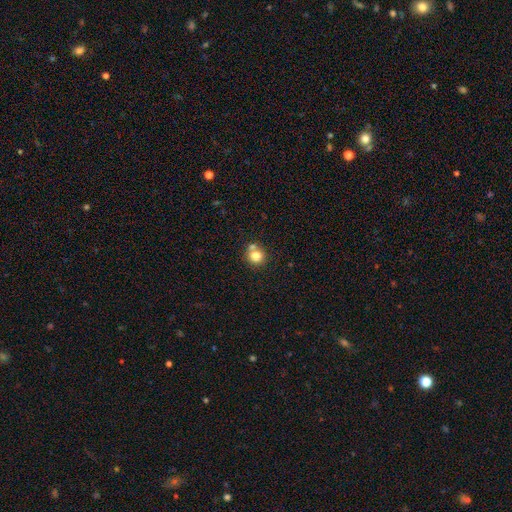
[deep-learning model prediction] Smooth or featured?
  - smooth: 79% *
  - star or artifact: 12%
  - featured or disk: 9%
How rounded?
  - round: 89% *
  - in between: 10%
  - cigar-shaped: 1%
Merging?
  - none: 64% *
  - merger: 24%
  - minor disturbance: 9%
  - major disturbance: 3%